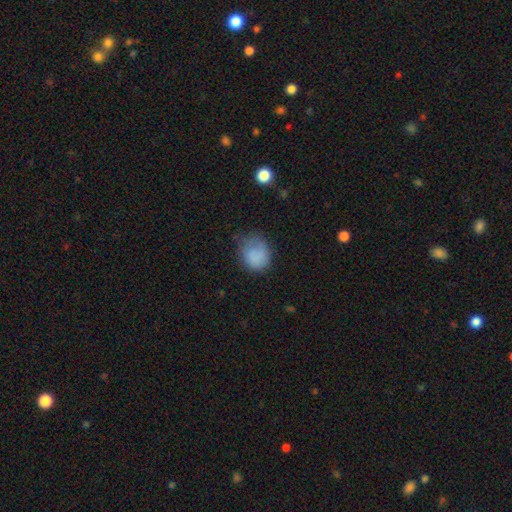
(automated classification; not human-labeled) The model was most divided on "merging": none: 44%, minor disturbance: 36%, major disturbance: 18%, merger: 2%. More confident: smooth or featured — smooth (82%); how rounded — round (64%).